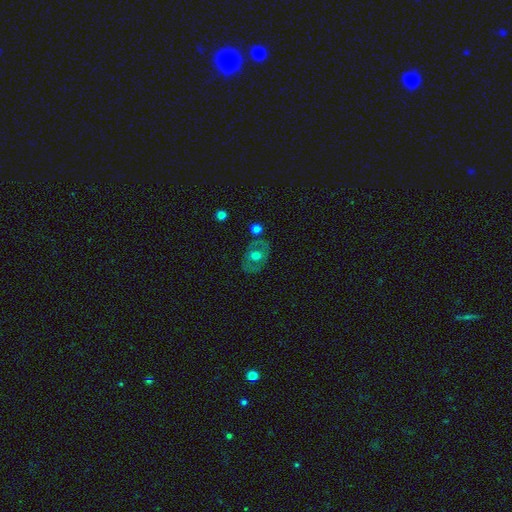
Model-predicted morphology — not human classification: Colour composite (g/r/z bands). It shows a featured or disk galaxy (50%). Merging: none (73%).